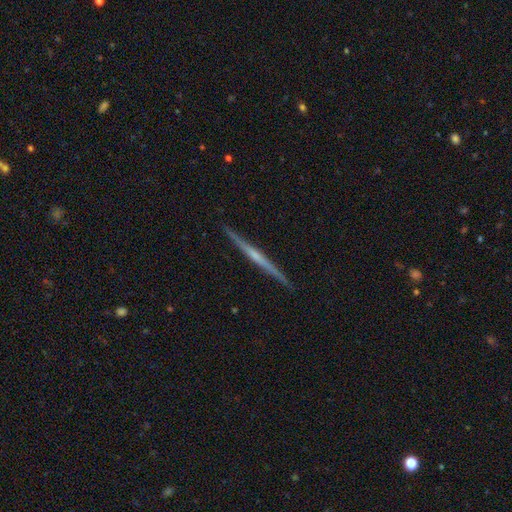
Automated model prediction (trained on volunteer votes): A featured or disk galaxy (76%) viewed edge-on (98%) with a rounded central bulge (47%).

Vote fractions:
- Smooth or featured? featured or disk: 76% / smooth: 18% / star or artifact: 6%
- Edge-on disk? yes: 98% / no: 2%
- Edge-on bulge? rounded: 47% / none: 45% / boxy: 8%
- Merging? none: 92% / minor disturbance: 6% / major disturbance: 1% / merger: 1%